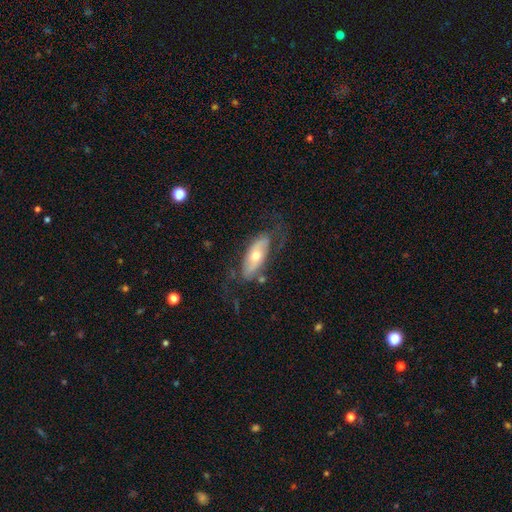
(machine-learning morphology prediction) A featured or disk galaxy (55%). Merging: none (60%).